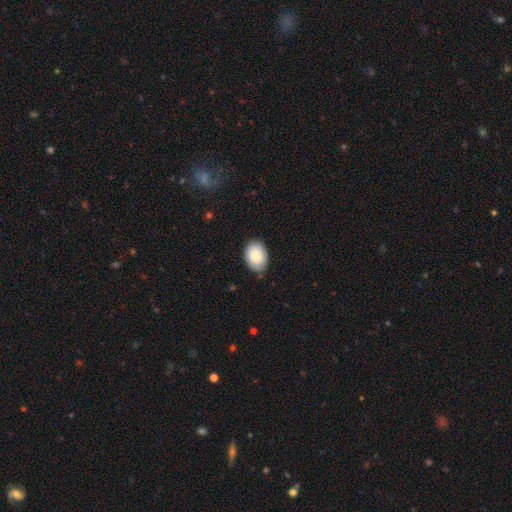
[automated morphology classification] type=smooth (86%); roundness=in between (82%); merging=none (78%).